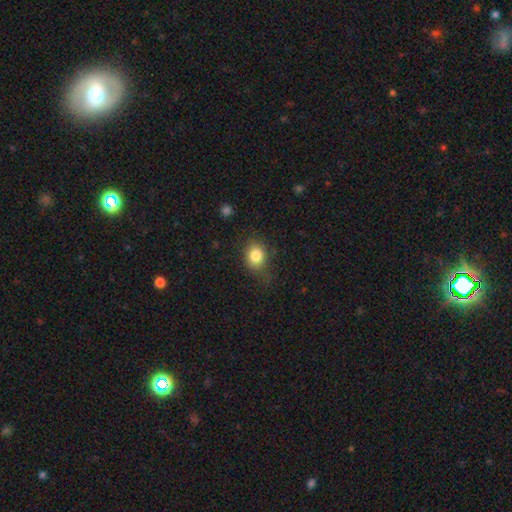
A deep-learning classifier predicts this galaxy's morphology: Smooth or featured: smooth — 83% (star or artifact — 10%)
How rounded: round — 53% (in between — 46%)
Merging: none — 71% (minor disturbance — 21%)